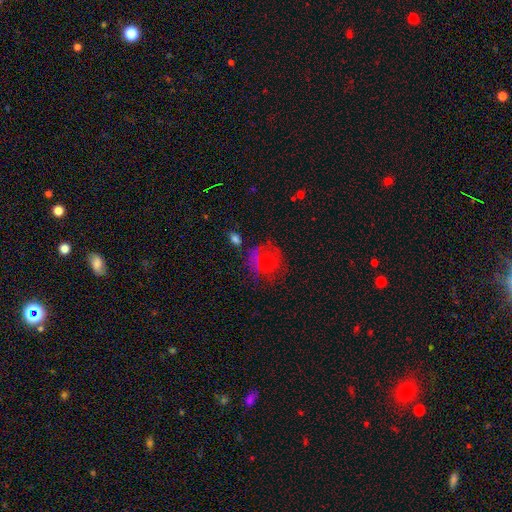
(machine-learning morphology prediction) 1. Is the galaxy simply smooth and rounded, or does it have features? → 60% smooth, 23% featured or disk, 17% star or artifact.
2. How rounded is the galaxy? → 69% round, 28% in between, 2% cigar-shaped.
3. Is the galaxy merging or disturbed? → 60% none, 19% minor disturbance, 12% major disturbance, 9% merger.